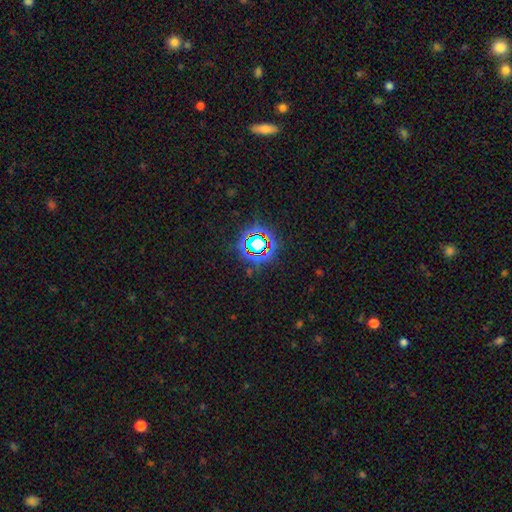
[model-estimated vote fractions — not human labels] A star or artifact, not a galaxy (76%).